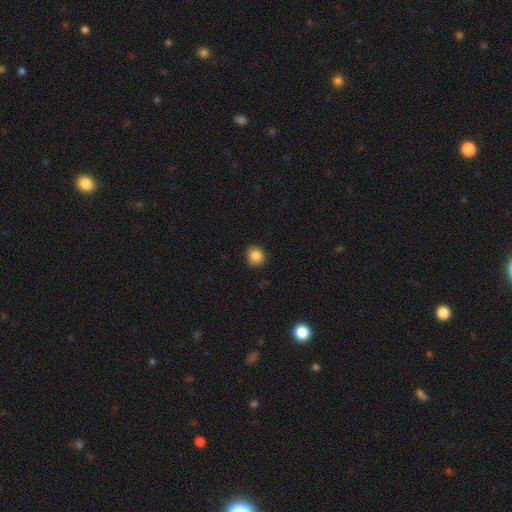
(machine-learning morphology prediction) Smooth or featured? smooth (85%)
How rounded? round (90%)
Merging? none (85%)